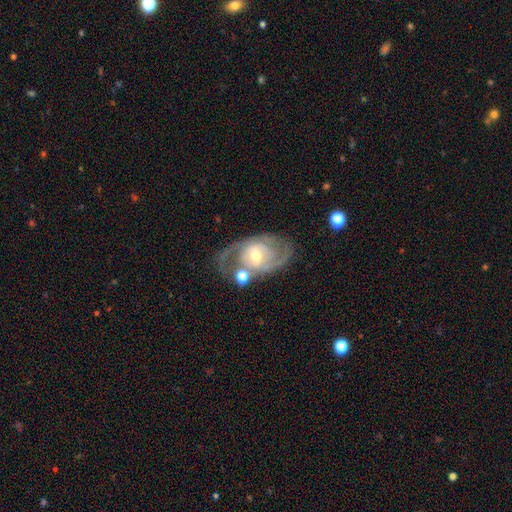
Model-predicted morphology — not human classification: Smooth or featured?
  - featured or disk: 84% *
  - smooth: 11%
  - star or artifact: 6%
Edge-on disk?
  - no: 96% *
  - yes: 4%
Bar?
  - no: 46% *
  - weak: 41%
  - strong: 13%
Spiral arms?
  - yes: 90% *
  - no: 10%
Spiral winding?
  - medium: 46% *
  - tight: 39%
  - loose: 15%
Spiral arm count?
  - 2: 68% *
  - can't tell: 16%
  - 3: 8%
  - 1: 4%
  - 4: 2%
  - more than 4: 2%
Bulge size?
  - moderate: 55% *
  - small: 40%
  - large: 3%
  - none: 1%
  - dominant: 1%
Merging?
  - none: 59% *
  - minor disturbance: 18%
  - major disturbance: 12%
  - merger: 11%